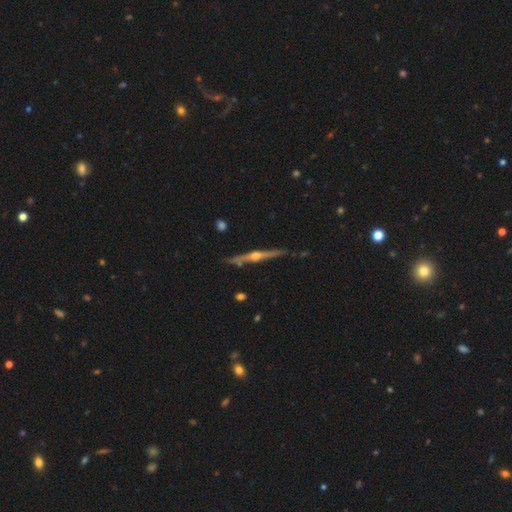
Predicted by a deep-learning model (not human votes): smooth_or_featured: featured or disk (p=0.80) [alt: smooth p=0.15]
disk_edge_on: yes (p=0.98) [alt: no p=0.02]
edge_on_bulge: rounded (p=0.92) [alt: none p=0.05]
merging: none (p=0.82) [alt: minor disturbance p=0.13]